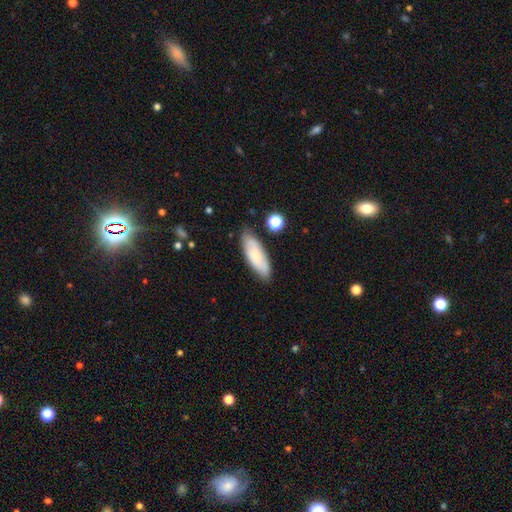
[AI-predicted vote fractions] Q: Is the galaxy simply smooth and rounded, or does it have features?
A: smooth — 68%.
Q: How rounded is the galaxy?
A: in between — 66%.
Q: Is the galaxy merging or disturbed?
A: none — 79%.